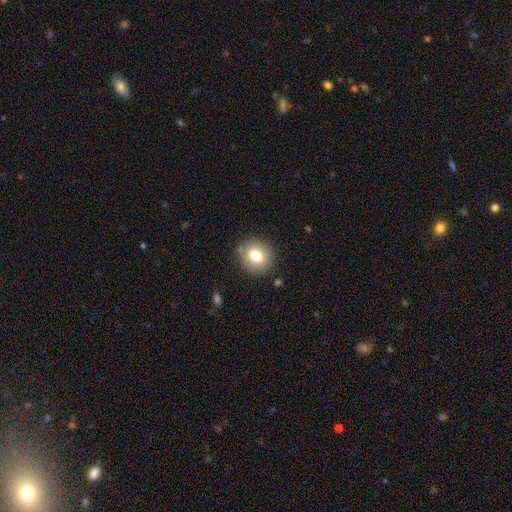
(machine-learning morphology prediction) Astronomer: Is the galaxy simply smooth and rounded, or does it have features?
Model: smooth — 77%.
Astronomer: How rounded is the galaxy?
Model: round — 82%.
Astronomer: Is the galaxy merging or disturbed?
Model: none — 86%.